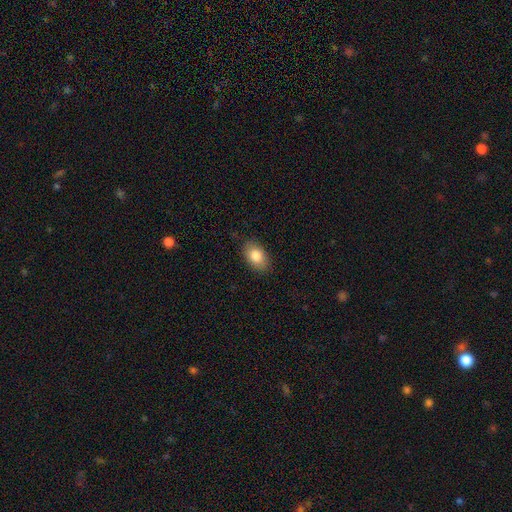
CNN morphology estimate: Smooth or featured? Predicted: smooth (p=0.84). How rounded? Predicted: in between (p=0.88). Merging? Predicted: none (p=0.85).